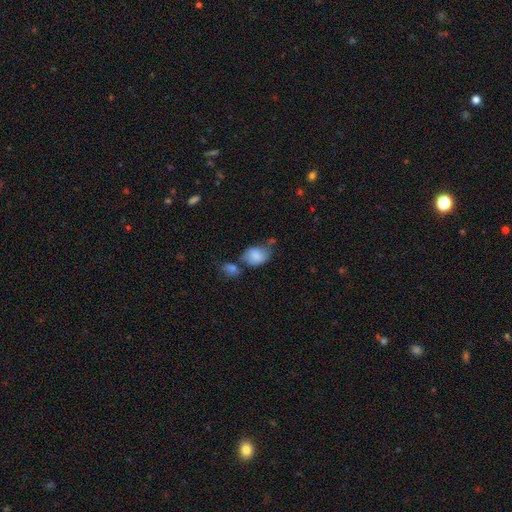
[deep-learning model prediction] Smooth or featured? Predicted: smooth (p=0.81). How rounded? Predicted: in between (p=0.74). Merging? Predicted: none (p=0.45).